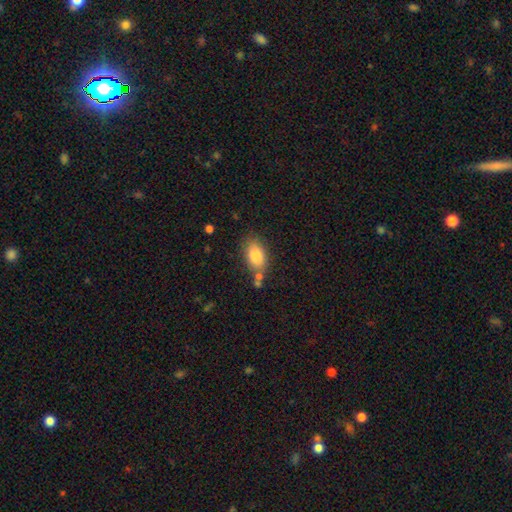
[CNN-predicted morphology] A smooth galaxy with no disk features (84%) that is in between round and cigar-shaped (90%).

Vote fractions:
- Smooth or featured? smooth: 84% / featured or disk: 9% / star or artifact: 7%
- How rounded? in between: 90% / round: 7% / cigar-shaped: 3%
- Merging? none: 68% / minor disturbance: 17% / merger: 10% / major disturbance: 5%